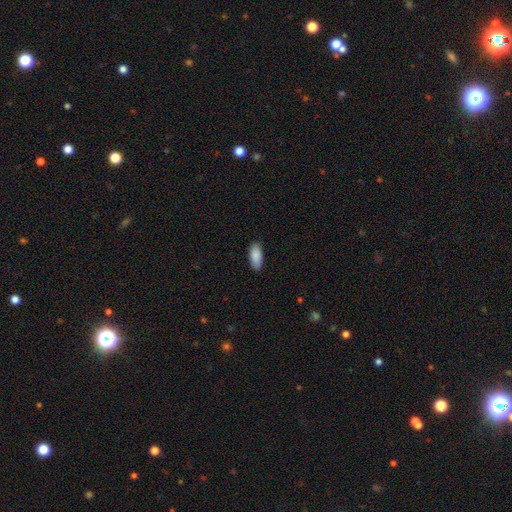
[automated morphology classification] This is clearly a smooth galaxy (89%). How rounded: clearly in between (82%). Merging: clearly none (86%).